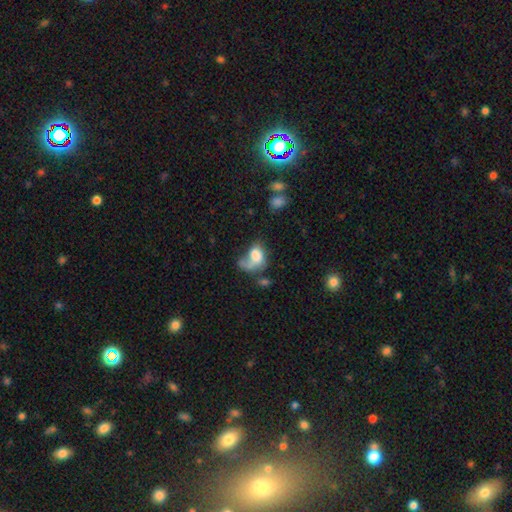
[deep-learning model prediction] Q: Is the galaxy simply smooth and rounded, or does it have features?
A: smooth — 66%.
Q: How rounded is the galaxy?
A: in between — 80%.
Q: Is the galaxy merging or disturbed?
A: major disturbance — 37%.